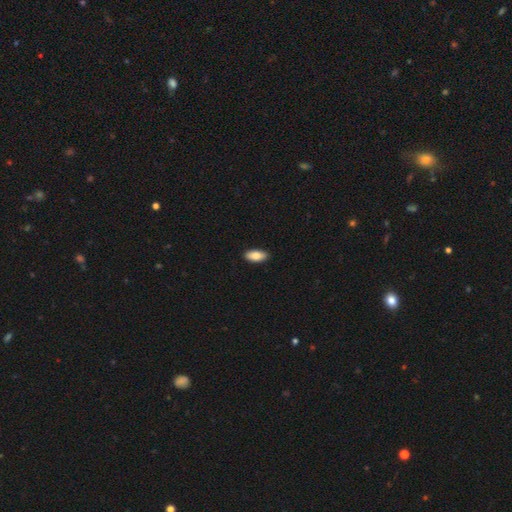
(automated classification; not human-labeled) Q: Smooth or featured?
A: smooth (85%); runner-up: featured or disk (9%)
Q: How rounded?
A: in between (90%); runner-up: cigar-shaped (8%)
Q: Merging?
A: none (90%); runner-up: minor disturbance (8%)